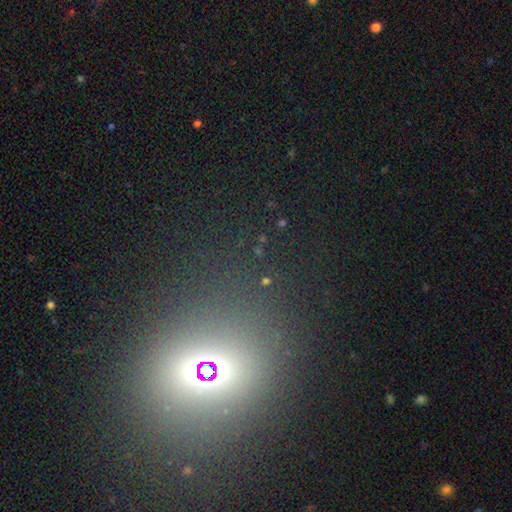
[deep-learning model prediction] This is likely a star or artifact rather than a galaxy (66%).